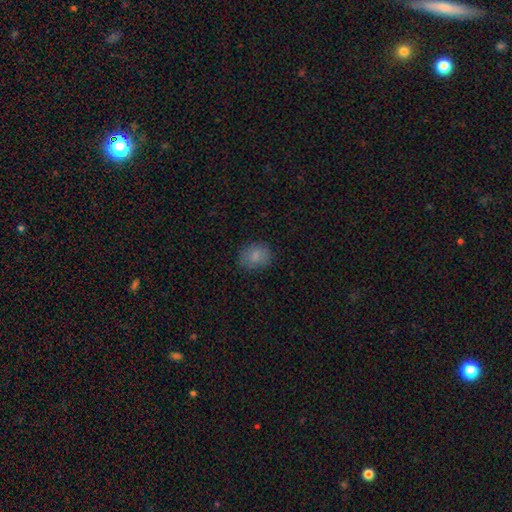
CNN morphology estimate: A smooth galaxy with no disk features (83%) that is round (53%). Merging: none (80%).